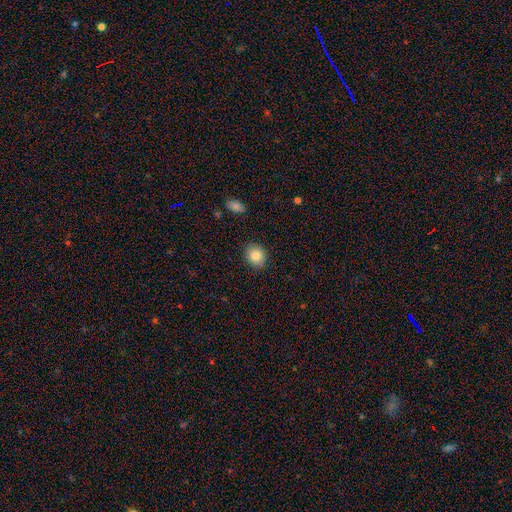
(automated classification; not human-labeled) This appears to be a smooth galaxy with no disk features (84%) that is round (60%). Merging: none (89%).